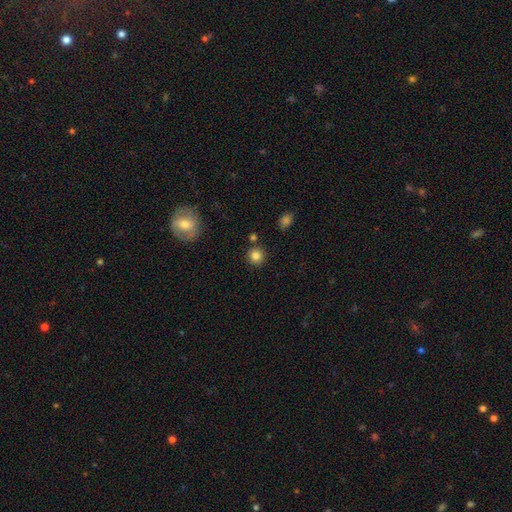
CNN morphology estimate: This is clearly a smooth galaxy (83%). How rounded: clearly round (92%). Merging: clearly none (85%).